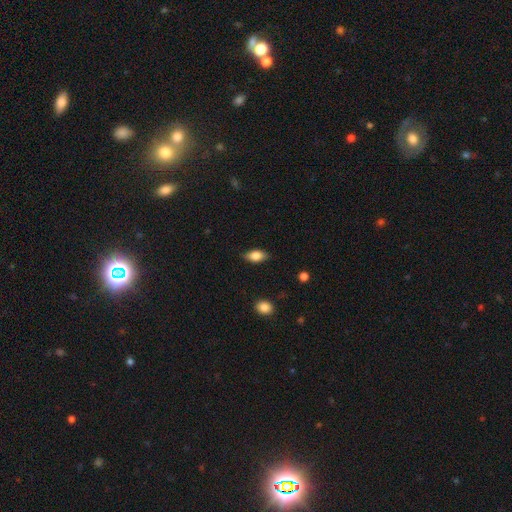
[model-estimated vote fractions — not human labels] Smooth or featured?
  - smooth: 79% *
  - featured or disk: 14%
  - star or artifact: 7%
How rounded?
  - in between: 88% *
  - cigar-shaped: 6%
  - round: 6%
Merging?
  - none: 83% *
  - minor disturbance: 13%
  - major disturbance: 3%
  - merger: 1%